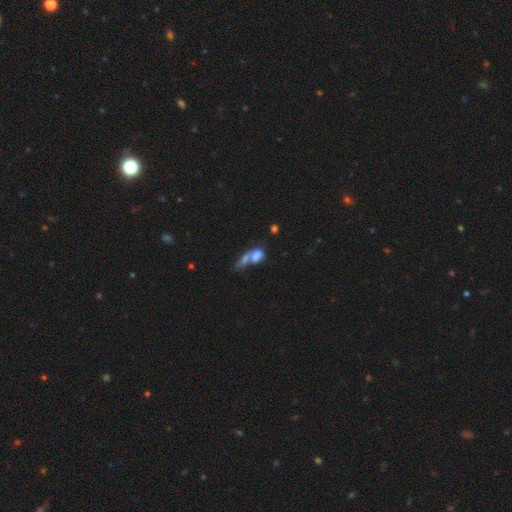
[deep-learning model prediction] Smooth or featured? Predicted: smooth (p=0.68). How rounded? Predicted: in between (p=0.69). Merging? Predicted: merger (p=0.63).